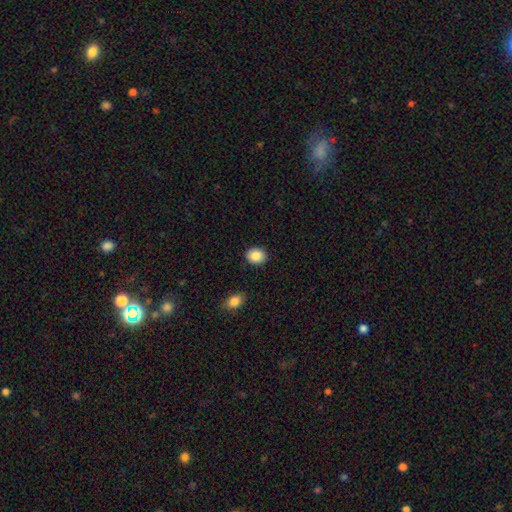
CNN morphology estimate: A smooth galaxy with no disk features (87%) that is round (54%).

Vote fractions:
- Smooth or featured? smooth: 87% / star or artifact: 8% / featured or disk: 5%
- How rounded? round: 54% / in between: 45% / cigar-shaped: 1%
- Merging? none: 89% / minor disturbance: 7% / major disturbance: 2% / merger: 2%